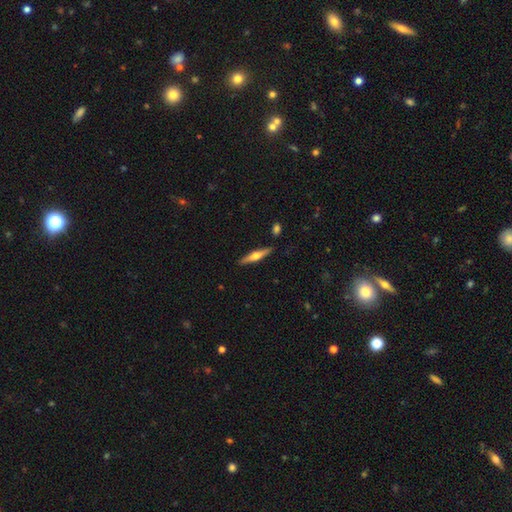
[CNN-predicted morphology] This appears to be a featured or disk galaxy (60%) viewed edge-on (96%) with a rounded central bulge (92%). Merging: none (88%).